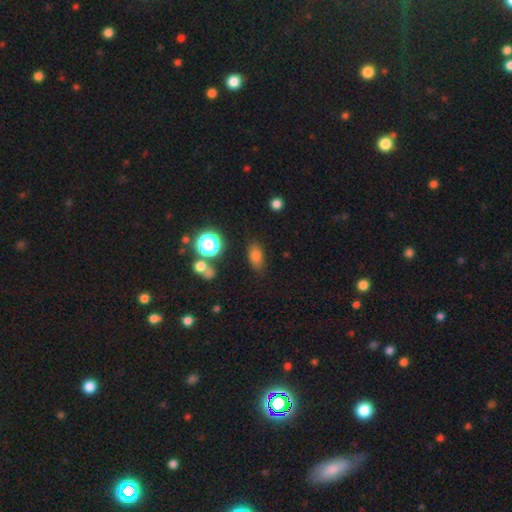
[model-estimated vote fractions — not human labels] A smooth galaxy with no disk features (76%) that is in between round and cigar-shaped (79%).

Vote fractions:
- Smooth or featured? smooth: 76% / star or artifact: 15% / featured or disk: 10%
- How rounded? in between: 79% / round: 14% / cigar-shaped: 6%
- Merging? none: 78% / minor disturbance: 14% / merger: 4% / major disturbance: 4%